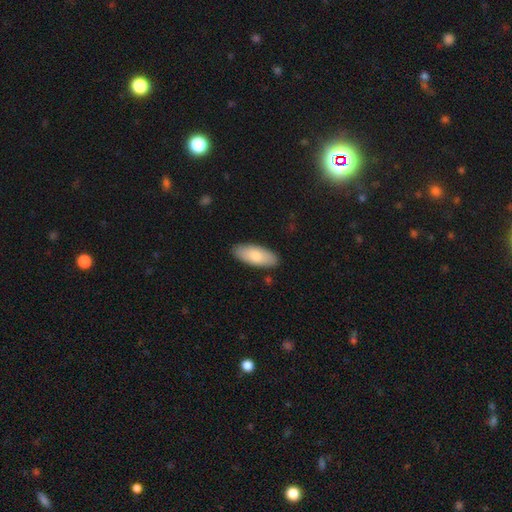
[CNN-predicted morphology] smooth_or_featured: smooth (p=0.80) [alt: featured or disk p=0.15]
how_rounded: in between (p=0.85) [alt: cigar-shaped p=0.14]
merging: none (p=0.87) [alt: minor disturbance p=0.09]